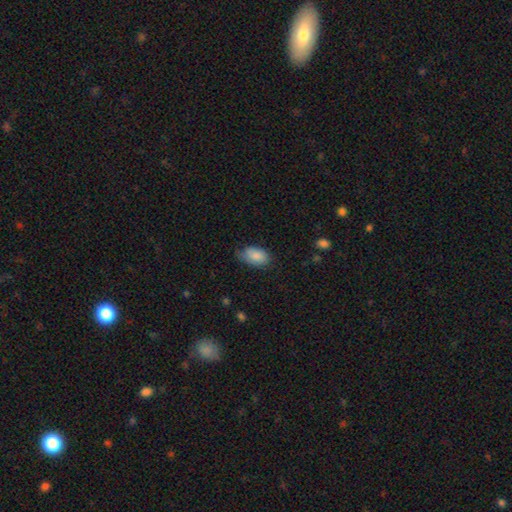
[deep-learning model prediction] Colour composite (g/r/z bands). It shows a smooth galaxy with no disk features (83%) that is in between round and cigar-shaped (93%). Merging: none (60%).